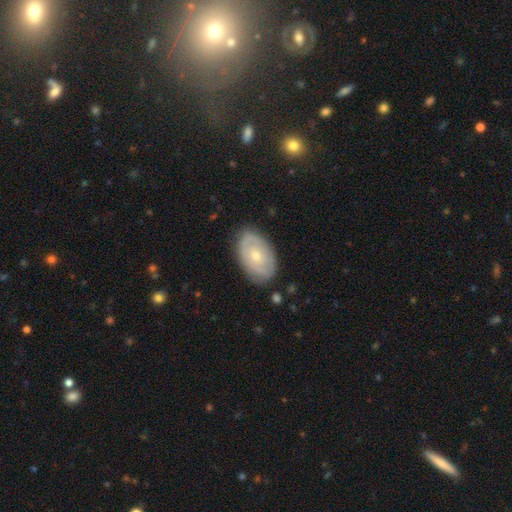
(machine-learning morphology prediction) A featured or disk galaxy (58%) with no bar (80%), spiral arms (57%) and a small central bulge (56%).

Vote fractions:
- Smooth or featured? featured or disk: 58% / smooth: 37% / star or artifact: 6%
- Edge-on disk? no: 94% / yes: 6%
- Bar? no: 80% / weak: 17% / strong: 3%
- Spiral arms? yes: 57% / no: 43%
- Bulge size? small: 56% / moderate: 41% / large: 1% / none: 1% / dominant: 1%
- Merging? none: 80% / minor disturbance: 15% / major disturbance: 3% / merger: 1%